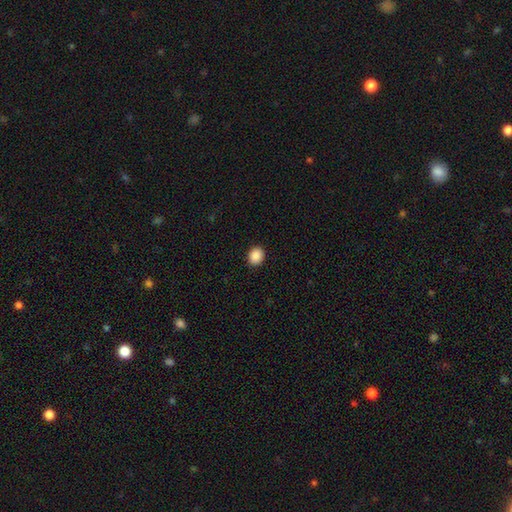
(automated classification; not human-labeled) Q: Smooth or featured?
A: smooth (89%); runner-up: star or artifact (9%)
Q: How rounded?
A: round (64%); runner-up: in between (35%)
Q: Merging?
A: none (92%); runner-up: minor disturbance (6%)